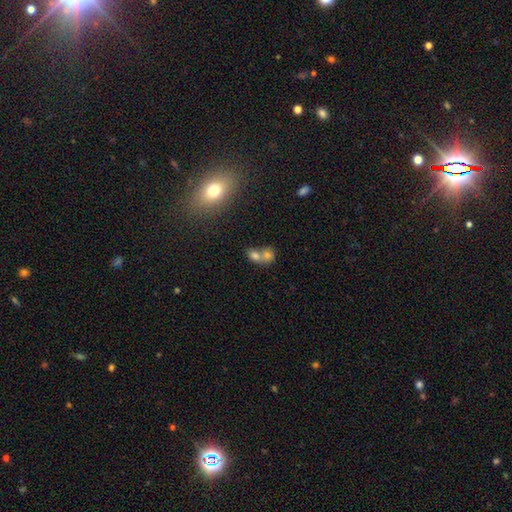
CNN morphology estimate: smooth 70%, featured or disk 16%, star or artifact 14%. Down the decision tree: how rounded — in between (56%); merging — merger (66%).